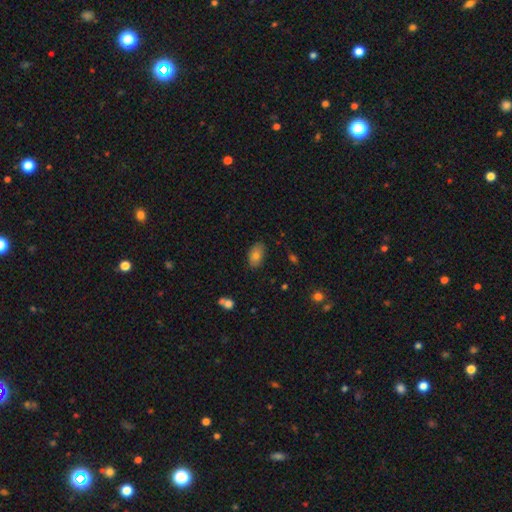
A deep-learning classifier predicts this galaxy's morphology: A smooth galaxy with no disk features (79%) that is in between round and cigar-shaped (92%). Merging: none (80%).